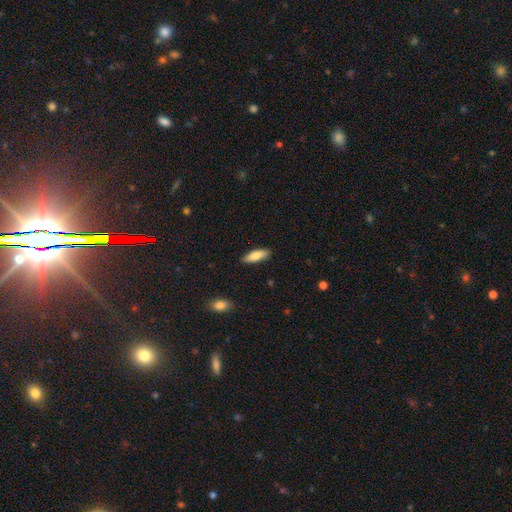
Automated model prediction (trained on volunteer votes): Q: Smooth or featured?
A: smooth (83%); runner-up: featured or disk (11%)
Q: How rounded?
A: in between (58%); runner-up: cigar-shaped (41%)
Q: Merging?
A: none (87%); runner-up: minor disturbance (10%)